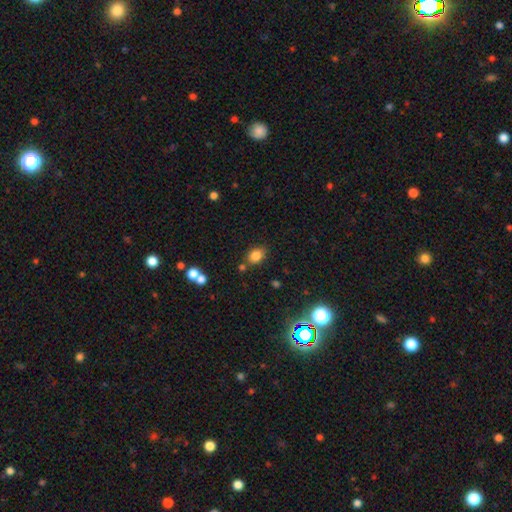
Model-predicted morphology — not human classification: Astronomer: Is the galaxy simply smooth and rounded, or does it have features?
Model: smooth — 82%.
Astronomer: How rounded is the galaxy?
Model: in between — 63%.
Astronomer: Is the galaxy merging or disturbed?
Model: none — 74%.